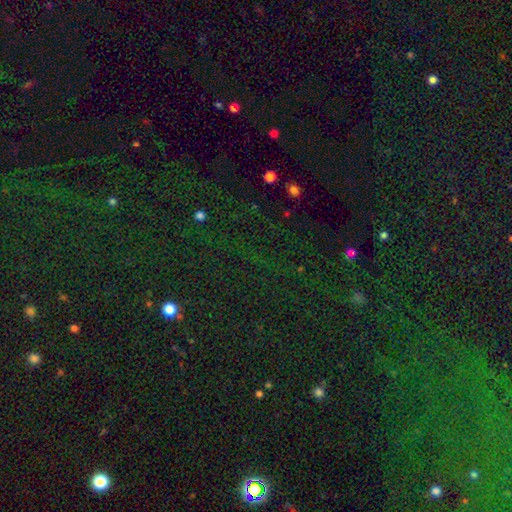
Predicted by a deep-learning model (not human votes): The model was most divided on "smooth or featured": star or artifact: 78%, smooth: 14%, featured or disk: 8%.